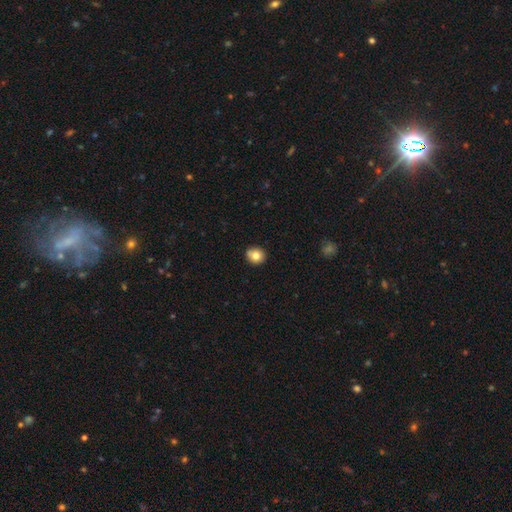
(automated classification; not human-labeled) A smooth galaxy with no disk features (80%) that is round (81%).

Vote fractions:
- Smooth or featured? smooth: 80% / star or artifact: 10% / featured or disk: 10%
- How rounded? round: 81% / in between: 18% / cigar-shaped: 1%
- Merging? none: 82% / minor disturbance: 11% / merger: 4% / major disturbance: 2%